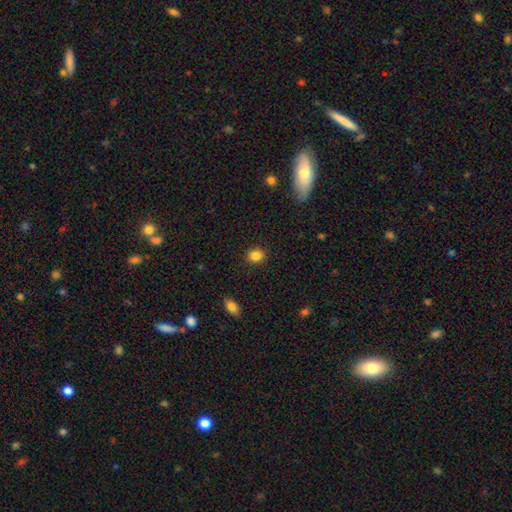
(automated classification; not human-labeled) Q: Smooth or featured?
A: smooth (85%); runner-up: star or artifact (10%)
Q: How rounded?
A: round (80%); runner-up: in between (19%)
Q: Merging?
A: none (91%); runner-up: minor disturbance (6%)